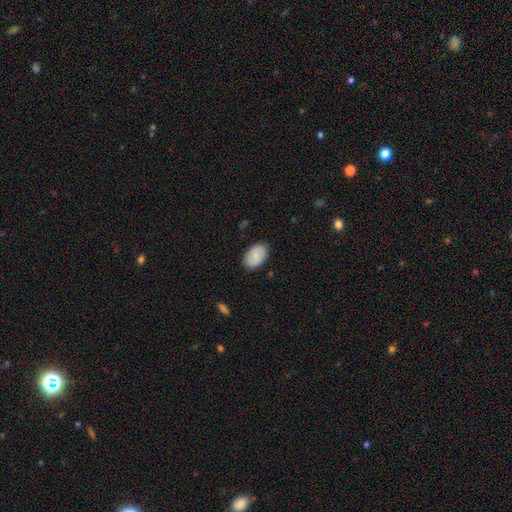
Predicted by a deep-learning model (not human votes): A smooth galaxy with no disk features (76%) that is in between round and cigar-shaped (91%).

Vote fractions:
- Smooth or featured? smooth: 76% / featured or disk: 17% / star or artifact: 6%
- How rounded? in between: 91% / round: 8% / cigar-shaped: 1%
- Merging? none: 86% / minor disturbance: 11% / major disturbance: 2% / merger: 1%